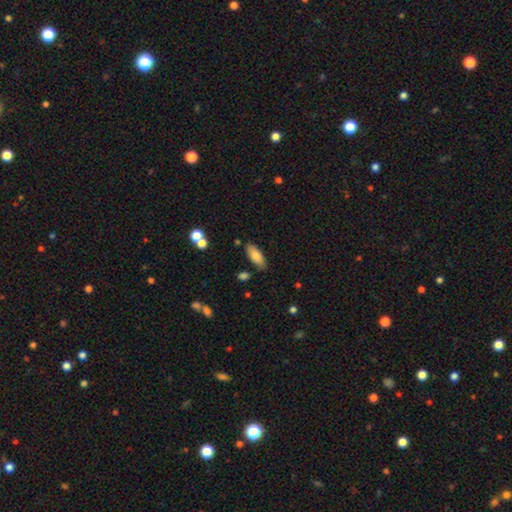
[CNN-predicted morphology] Smooth or featured? smooth (80%)
How rounded? in between (78%)
Merging? none (81%)